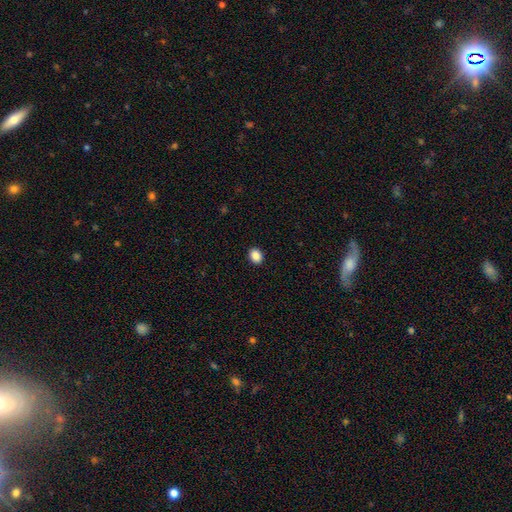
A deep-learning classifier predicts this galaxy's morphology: The model was most divided on "how rounded": in between: 57%, round: 42%, cigar-shaped: 1%. More confident: merging — none (91%); smooth or featured — smooth (88%).